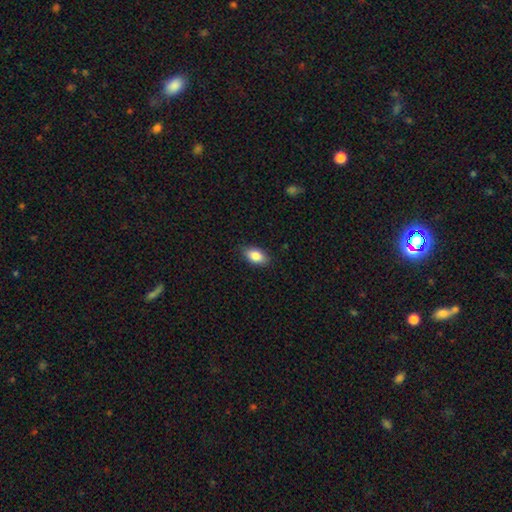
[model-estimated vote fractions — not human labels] Smooth or featured? smooth (85%)
How rounded? in between (90%)
Merging? none (86%)